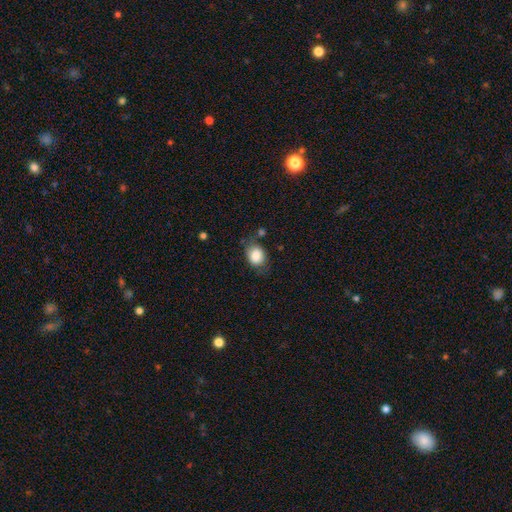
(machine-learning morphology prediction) Smooth or featured? Predicted: smooth (p=0.83). How rounded? Predicted: in between (p=0.55). Merging? Predicted: none (p=0.64).